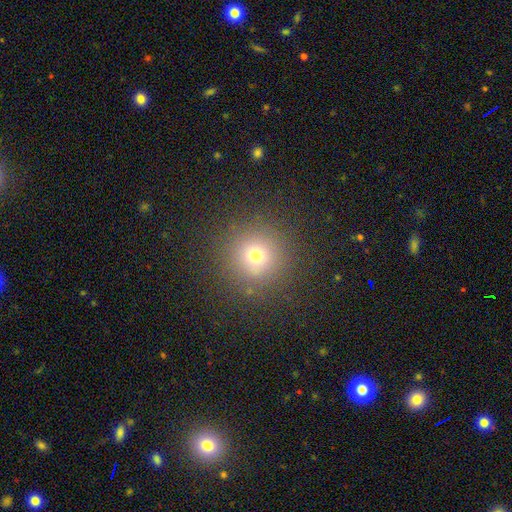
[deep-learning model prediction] This is likely a smooth galaxy (70%). How rounded: clearly round (95%). Merging: clearly none (88%).